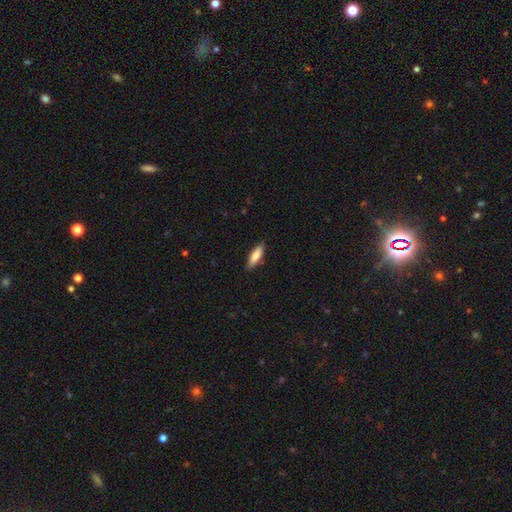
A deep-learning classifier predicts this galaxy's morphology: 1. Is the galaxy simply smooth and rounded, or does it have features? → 80% smooth, 15% featured or disk, 6% star or artifact.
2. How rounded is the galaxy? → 54% cigar-shaped, 45% in between, 2% round.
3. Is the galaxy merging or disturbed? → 85% none, 11% minor disturbance, 2% major disturbance, 1% merger.